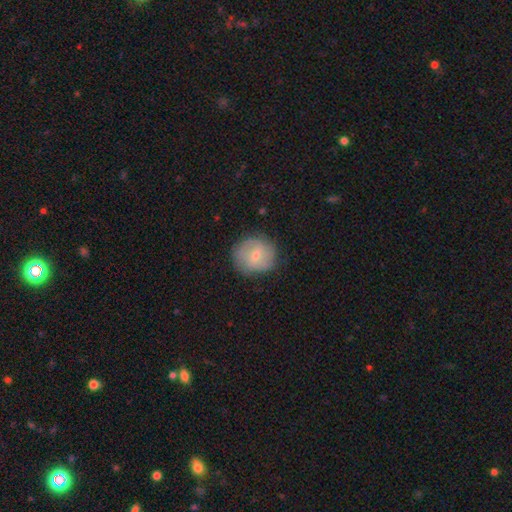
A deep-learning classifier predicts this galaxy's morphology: Overall: smooth (55%; featured or disk 38%). How rounded: round (85%). Merging: none (75%).